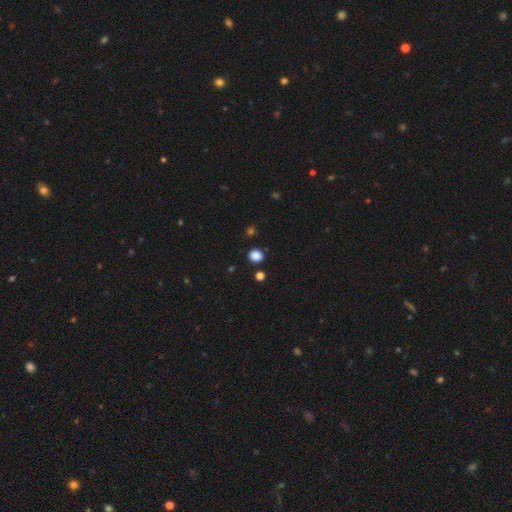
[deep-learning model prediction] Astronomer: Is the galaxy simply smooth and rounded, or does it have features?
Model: smooth — 86%.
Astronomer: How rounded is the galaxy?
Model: round — 75%.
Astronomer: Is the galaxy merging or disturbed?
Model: none — 87%.